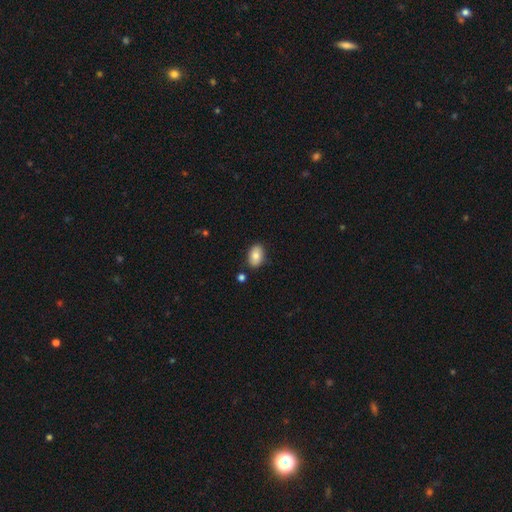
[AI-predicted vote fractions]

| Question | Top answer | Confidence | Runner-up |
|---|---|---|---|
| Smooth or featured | smooth | 81% | featured or disk (12%) |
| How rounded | in between | 89% | round (10%) |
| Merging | none | 84% | minor disturbance (11%) |